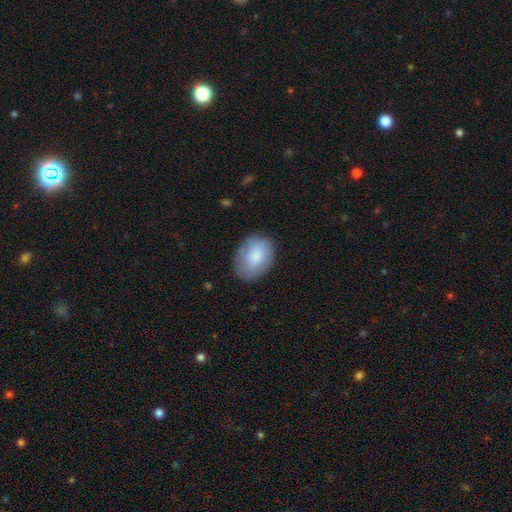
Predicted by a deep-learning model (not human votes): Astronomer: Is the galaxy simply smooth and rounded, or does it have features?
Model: smooth — 73%.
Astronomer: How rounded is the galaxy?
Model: in between — 70%.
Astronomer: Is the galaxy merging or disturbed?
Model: none — 75%.